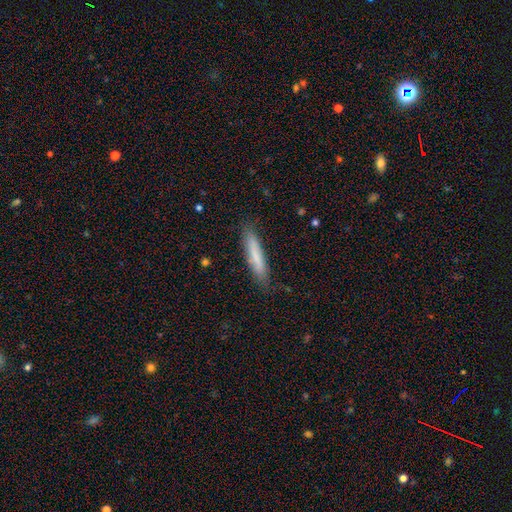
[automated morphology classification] A smooth galaxy with no disk features (76%) that is cigar-shaped (88%). Merging: none (83%).